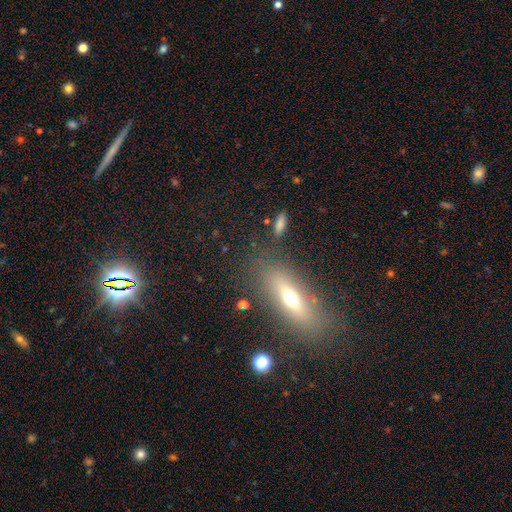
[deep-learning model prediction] Q: Smooth or featured?
A: smooth (45%); runner-up: featured or disk (38%)
Q: Merging?
A: none (78%); runner-up: minor disturbance (13%)